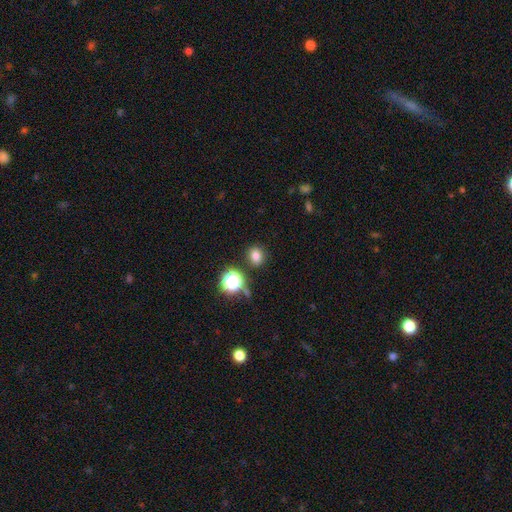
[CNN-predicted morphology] A smooth galaxy with no disk features (77%) that is round (66%). Merging: none (84%).